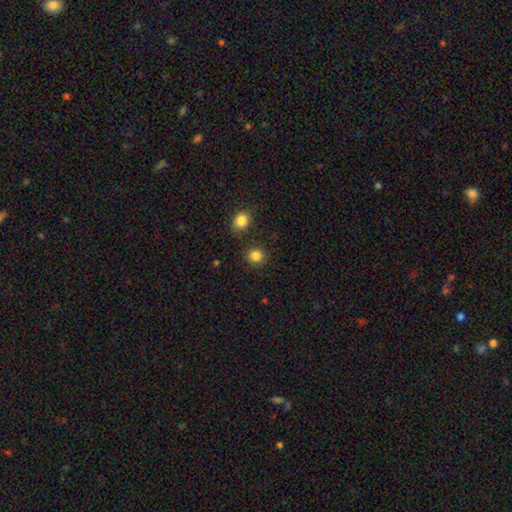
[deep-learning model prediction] Overall: smooth (85%). How rounded: round (86%). Merging: none (88%).